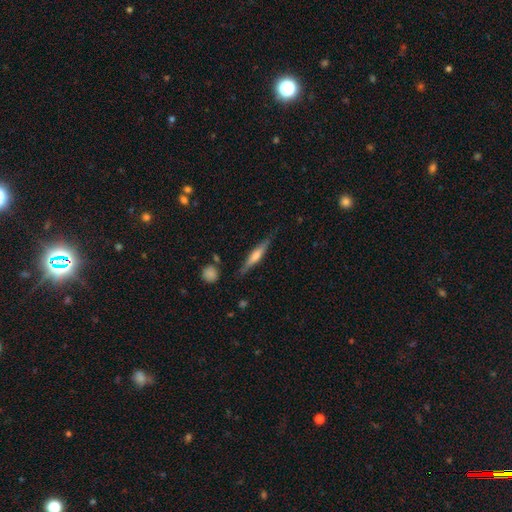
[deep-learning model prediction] Smooth or featured? Predicted: featured or disk (p=0.53). Edge-on disk? Predicted: yes (p=0.95). Merging? Predicted: none (p=0.83).